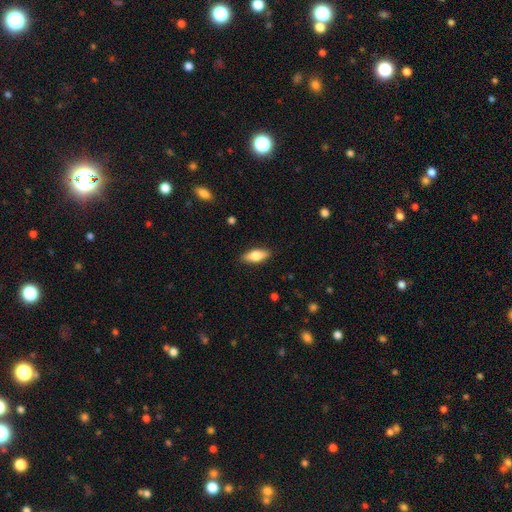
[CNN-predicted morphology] Q: Smooth or featured?
A: smooth (70%); runner-up: featured or disk (23%)
Q: How rounded?
A: in between (74%); runner-up: cigar-shaped (23%)
Q: Merging?
A: none (88%); runner-up: minor disturbance (9%)